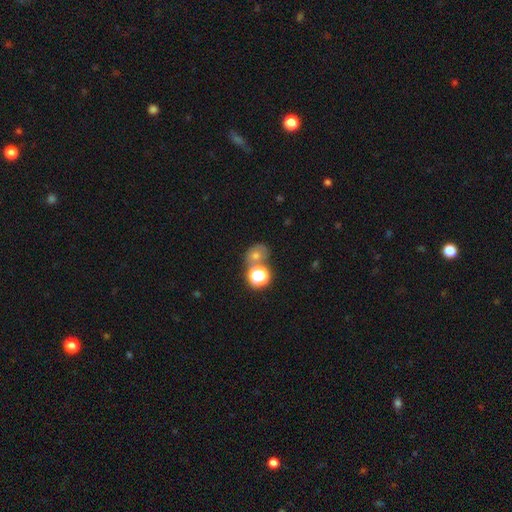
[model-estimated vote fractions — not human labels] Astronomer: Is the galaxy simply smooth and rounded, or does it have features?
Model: smooth — 49% (runner-up: star or artifact, 35%).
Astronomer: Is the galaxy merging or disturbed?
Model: none — 56%.